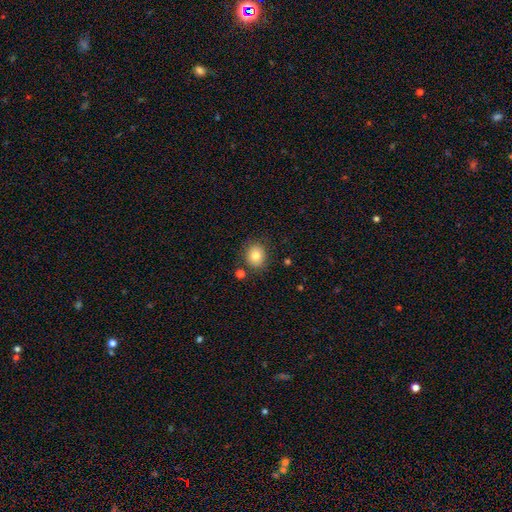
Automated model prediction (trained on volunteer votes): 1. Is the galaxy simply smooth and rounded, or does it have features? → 81% smooth, 10% star or artifact, 9% featured or disk.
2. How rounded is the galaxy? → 76% round, 23% in between, 1% cigar-shaped.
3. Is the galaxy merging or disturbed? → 83% none, 10% minor disturbance, 4% merger, 3% major disturbance.